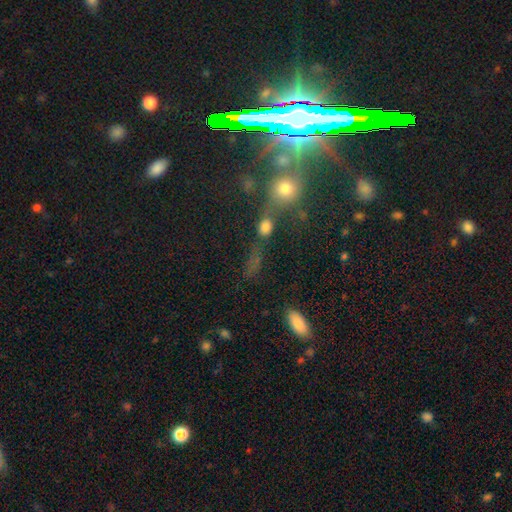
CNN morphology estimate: A star or artifact, not a galaxy (49%).